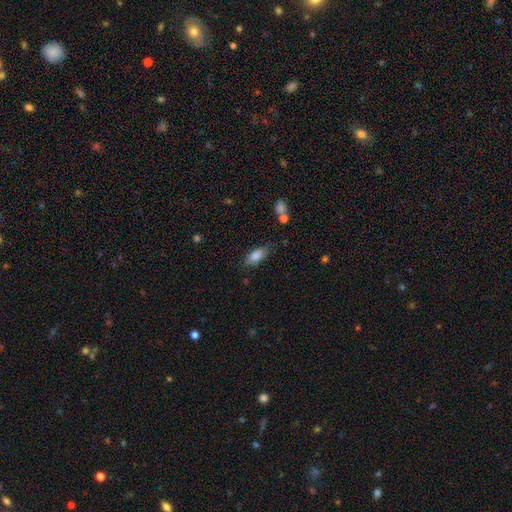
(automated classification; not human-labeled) A smooth galaxy with no disk features (84%) that is in between round and cigar-shaped (86%).

Vote fractions:
- Smooth or featured? smooth: 84% / featured or disk: 9% / star or artifact: 7%
- How rounded? in between: 86% / cigar-shaped: 11% / round: 3%
- Merging? none: 75% / minor disturbance: 18% / major disturbance: 4% / merger: 3%